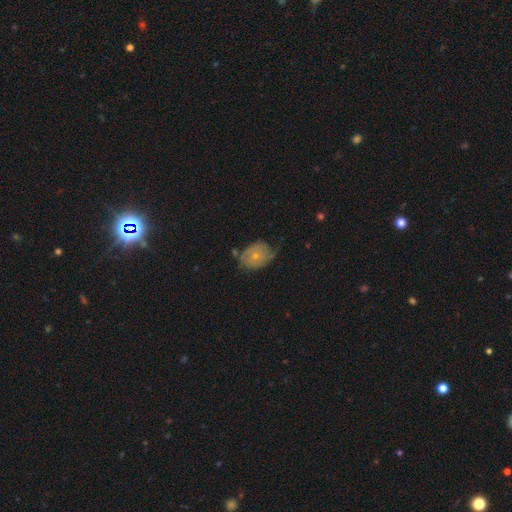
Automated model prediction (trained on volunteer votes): Q: Smooth or featured?
A: smooth (47%); runner-up: featured or disk (45%)
Q: Merging?
A: none (48%); runner-up: minor disturbance (36%)